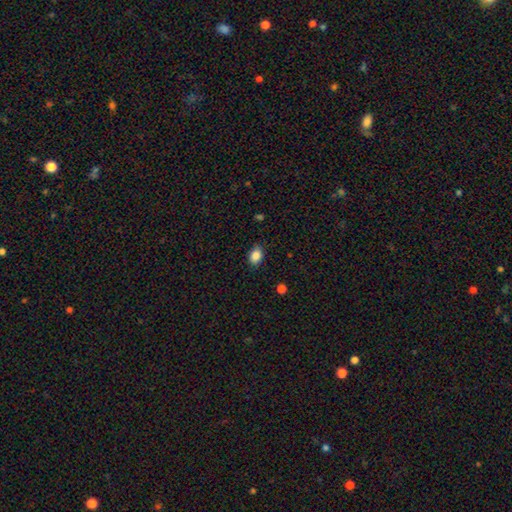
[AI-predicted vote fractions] Morphology: type=smooth (88%); roundness=in between (76%); merging=none (82%).